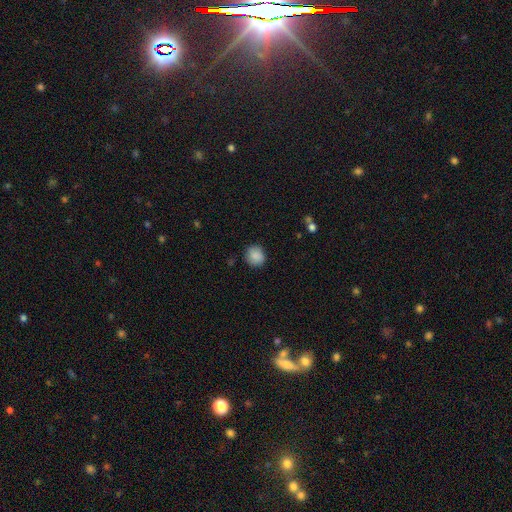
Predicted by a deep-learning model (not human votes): smooth-or-featured: smooth: 88% | star or artifact: 8% | featured or disk: 4%
  how-rounded: round: 86% | in between: 13% | cigar-shaped: 1%
  merging: none: 86% | minor disturbance: 11% | major disturbance: 2% | merger: 1%